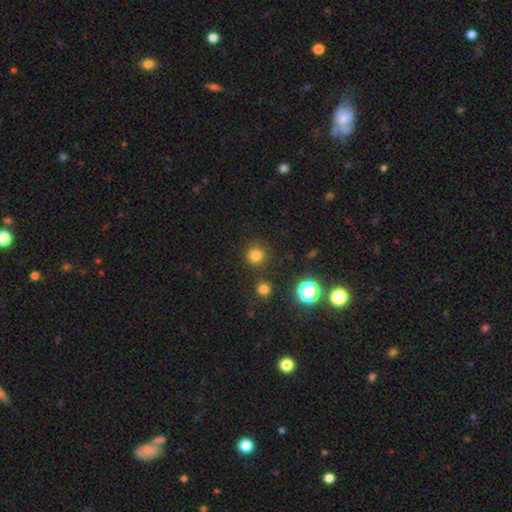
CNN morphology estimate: Smooth or featured? Predicted: smooth (p=0.79). How rounded? Predicted: round (p=0.93). Merging? Predicted: none (p=0.87).